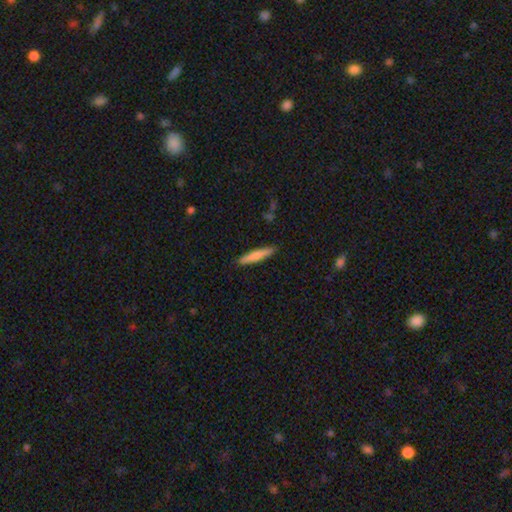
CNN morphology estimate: Smooth or featured: smooth — 73% (featured or disk — 21%)
How rounded: cigar-shaped — 92% (in between — 7%)
Merging: none — 90% (minor disturbance — 8%)